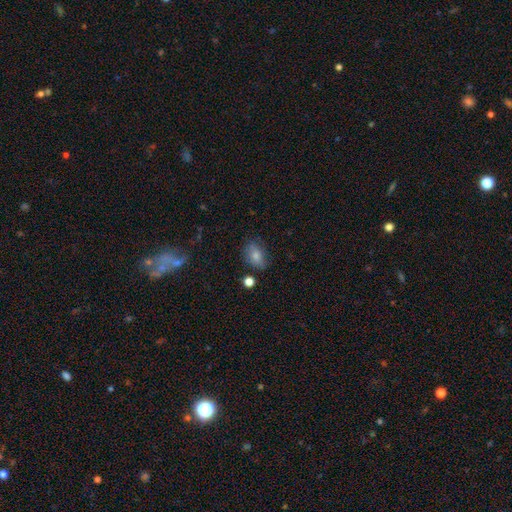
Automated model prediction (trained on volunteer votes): smooth_or_featured: smooth (p=0.78) [alt: featured or disk p=0.13]
how_rounded: in between (p=0.76) [alt: round p=0.23]
merging: none (p=0.66) [alt: minor disturbance p=0.24]